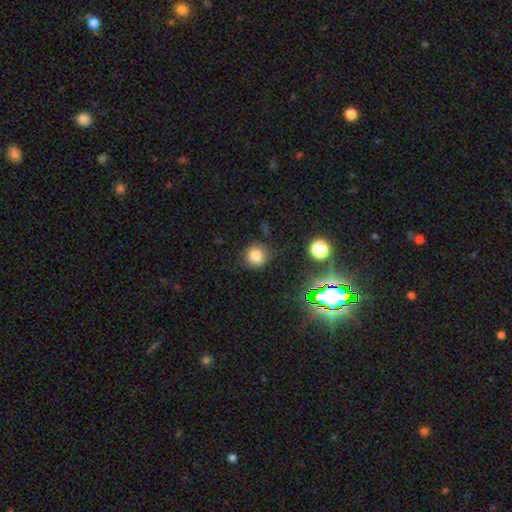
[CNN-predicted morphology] smooth 79%, star or artifact 15%, featured or disk 6%. Down the decision tree: how rounded — round (90%); merging — none (85%).